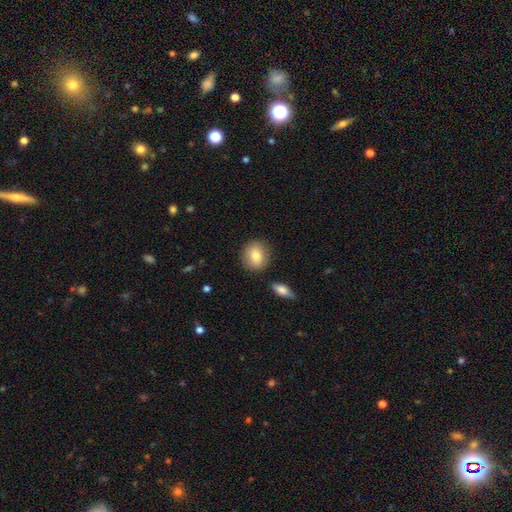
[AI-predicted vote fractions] The model was most divided on "how rounded": round: 69%, in between: 30%, cigar-shaped: 2%. More confident: merging — none (85%); smooth or featured — smooth (81%).